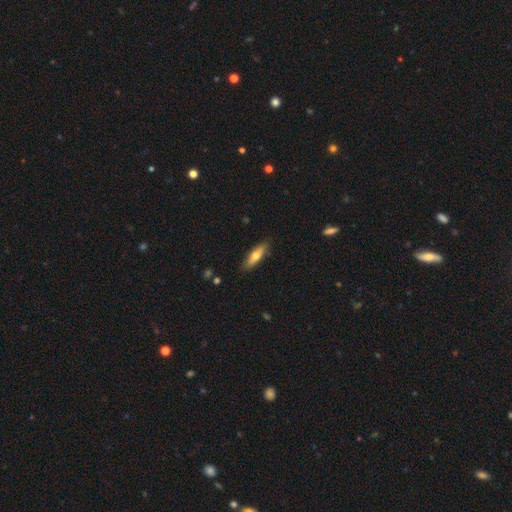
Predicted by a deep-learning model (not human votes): Morphology: type=smooth (57%); roundness=cigar-shaped (59%); merging=none (85%).